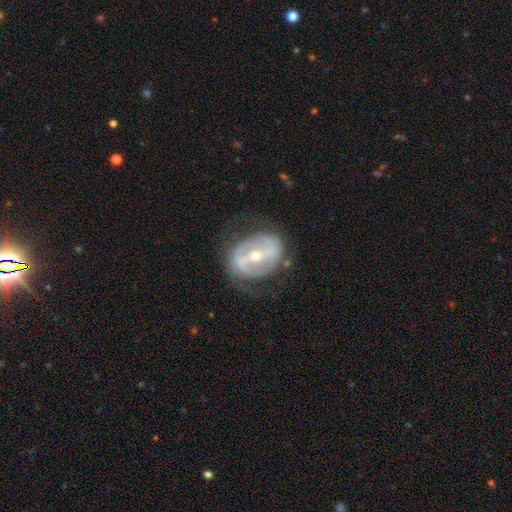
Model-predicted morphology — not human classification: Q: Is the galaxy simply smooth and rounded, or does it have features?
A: featured or disk — 80%.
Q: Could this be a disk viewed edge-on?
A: no — 94%.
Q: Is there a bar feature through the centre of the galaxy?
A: strong — 64%.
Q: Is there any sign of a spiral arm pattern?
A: yes — 59%.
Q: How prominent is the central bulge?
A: small — 49%.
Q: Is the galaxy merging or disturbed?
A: none — 67%.